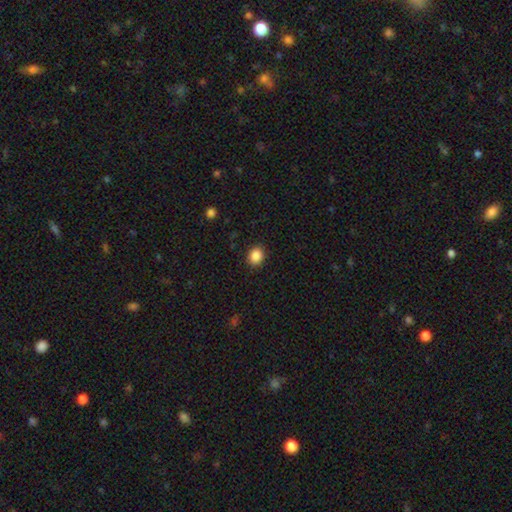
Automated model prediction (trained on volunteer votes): smooth-or-featured: smooth: 87% | star or artifact: 9% | featured or disk: 3%
  how-rounded: round: 59% | in between: 40% | cigar-shaped: 1%
  merging: none: 89% | minor disturbance: 7% | major disturbance: 2% | merger: 1%